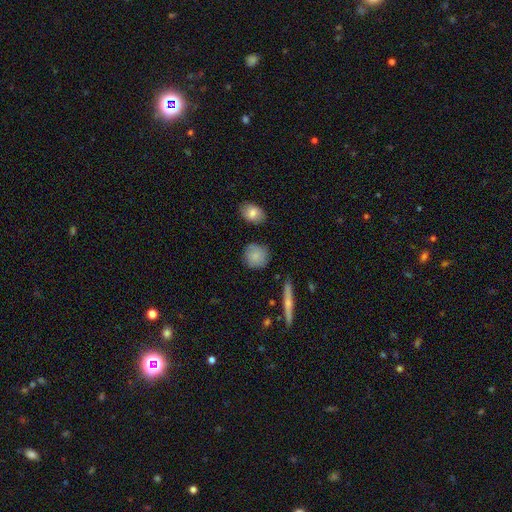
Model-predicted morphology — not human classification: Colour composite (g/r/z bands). It shows a smooth galaxy with no disk features (79%) that is round (85%). Merging: none (80%).